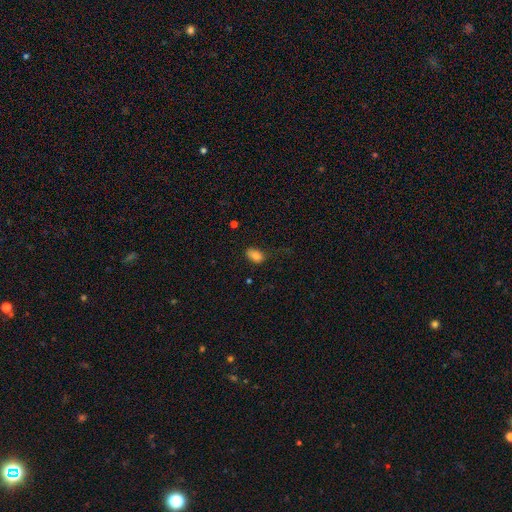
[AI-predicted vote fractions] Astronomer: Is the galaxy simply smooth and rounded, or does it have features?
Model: smooth — 80%.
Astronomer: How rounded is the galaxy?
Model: in between — 87%.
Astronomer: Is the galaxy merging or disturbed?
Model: none — 52% (runner-up: minor disturbance, 30%).